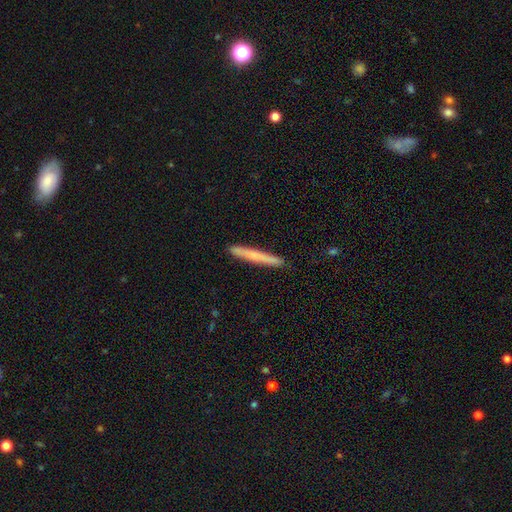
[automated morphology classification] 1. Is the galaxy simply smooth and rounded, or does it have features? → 61% smooth, 33% featured or disk, 6% star or artifact.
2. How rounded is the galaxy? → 97% cigar-shaped, 2% in between, 1% round.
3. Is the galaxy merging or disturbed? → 91% none, 7% minor disturbance, 1% major disturbance, 1% merger.